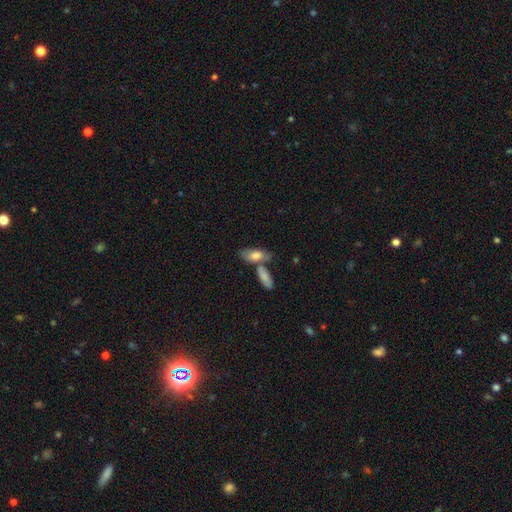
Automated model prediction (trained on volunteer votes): Morphology: type=smooth (74%); roundness=in between (83%); merging=merger (42%).